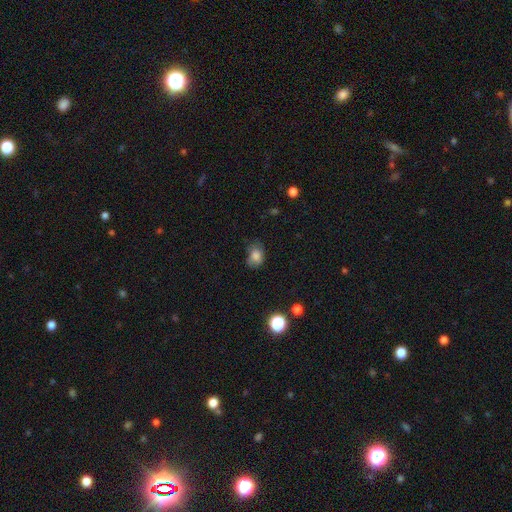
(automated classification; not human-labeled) Smooth or featured? Predicted: smooth (p=0.77). How rounded? Predicted: in between (p=0.64). Merging? Predicted: none (p=0.58).